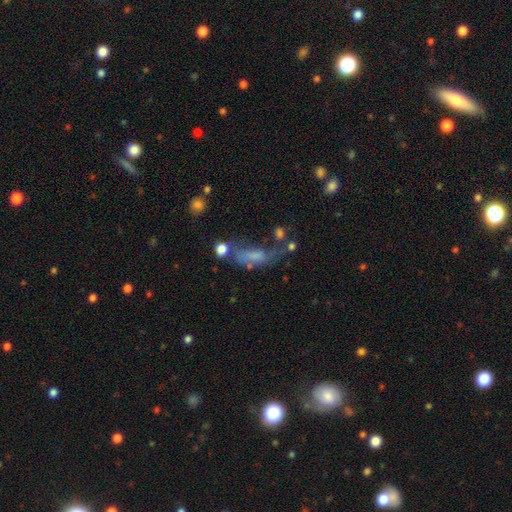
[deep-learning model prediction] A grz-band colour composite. It shows a smooth galaxy with no disk features (47%). Merging: major disturbance (35%).